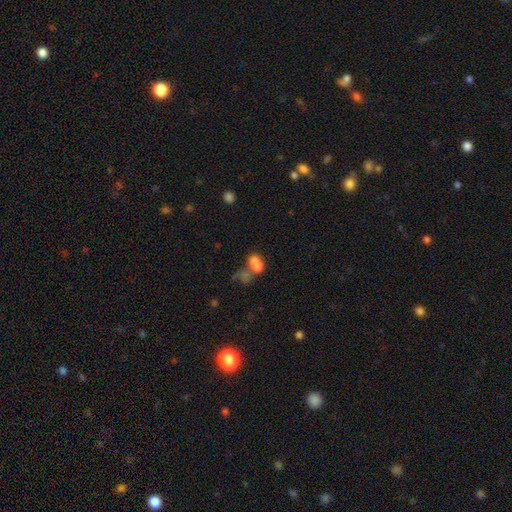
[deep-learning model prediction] Smooth or featured? smooth (65%)
How rounded? in between (66%)
Merging? merger (54%)